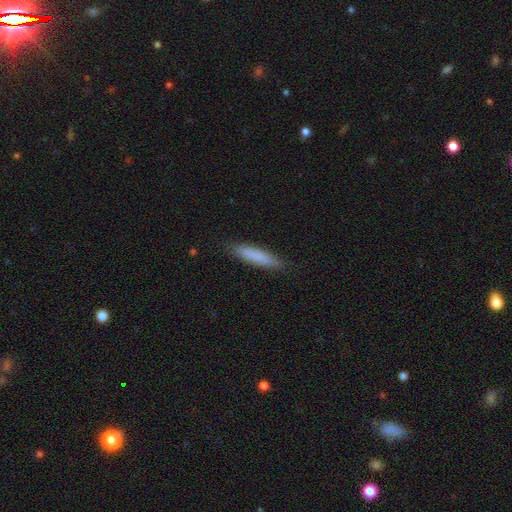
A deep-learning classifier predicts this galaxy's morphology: A smooth galaxy with no disk features (81%) that is cigar-shaped (86%).

Vote fractions:
- Smooth or featured? smooth: 81% / featured or disk: 13% / star or artifact: 6%
- How rounded? cigar-shaped: 86% / in between: 13% / round: 1%
- Merging? none: 88% / minor disturbance: 9% / major disturbance: 2% / merger: 1%